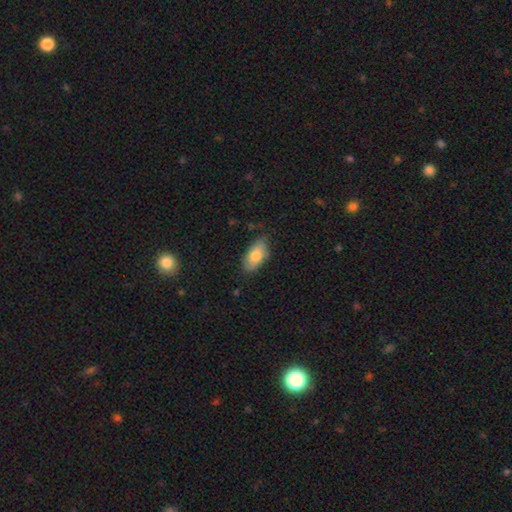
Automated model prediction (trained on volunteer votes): smooth 77%, featured or disk 17%, star or artifact 6%. Down the decision tree: how rounded — in between (91%); merging — none (74%).